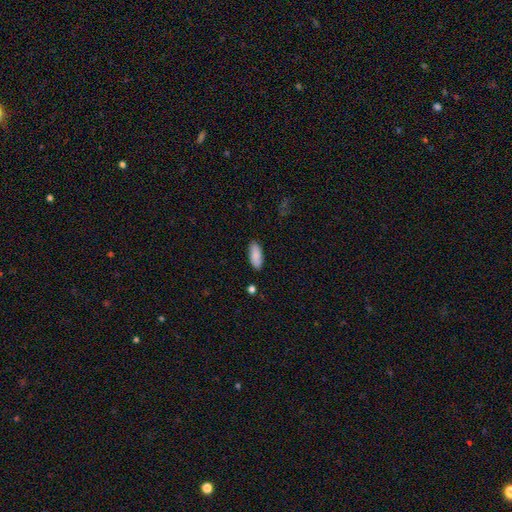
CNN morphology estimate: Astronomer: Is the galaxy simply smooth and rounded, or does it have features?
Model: smooth — 89%.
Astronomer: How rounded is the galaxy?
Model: in between — 81%.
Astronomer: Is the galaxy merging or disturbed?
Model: none — 88%.